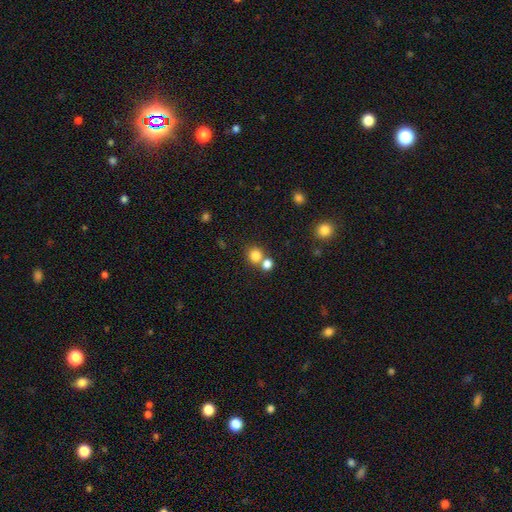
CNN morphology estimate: The model was most divided on "merging": none: 58%, merger: 32%, minor disturbance: 7%, major disturbance: 3%. More confident: how rounded — round (85%); smooth or featured — smooth (80%).